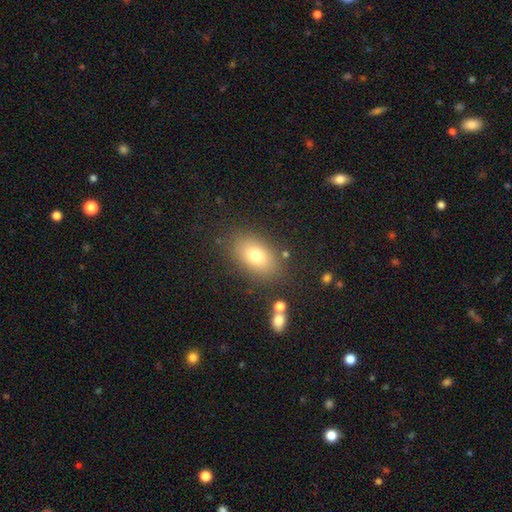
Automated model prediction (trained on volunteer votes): Morphology: type=smooth (76%); roundness=in between (87%); merging=none (82%).